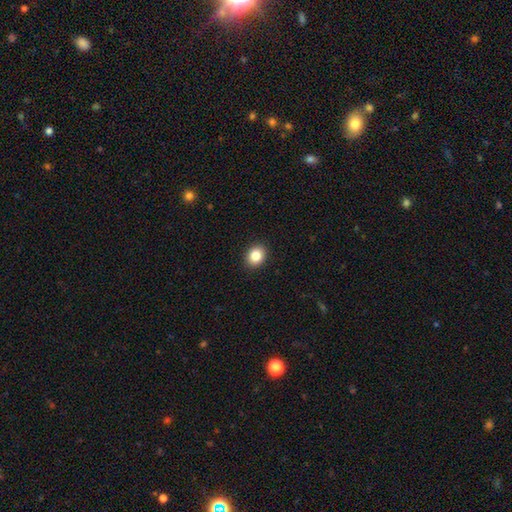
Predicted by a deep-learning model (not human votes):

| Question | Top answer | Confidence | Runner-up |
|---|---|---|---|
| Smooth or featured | smooth | 85% | star or artifact (10%) |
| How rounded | round | 60% | in between (39%) |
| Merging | none | 92% | minor disturbance (6%) |